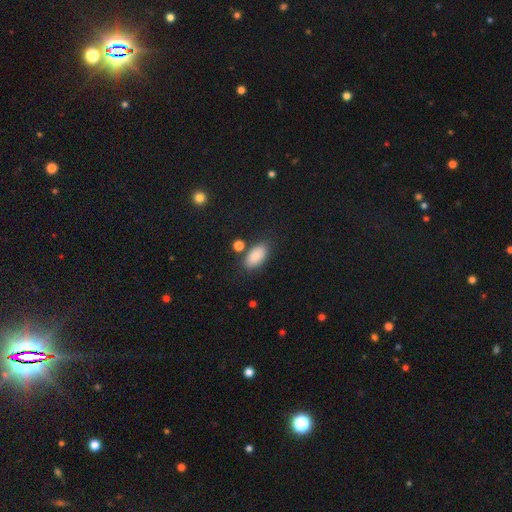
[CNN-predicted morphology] Smooth or featured? Predicted: smooth (p=0.86). How rounded? Predicted: in between (p=0.93). Merging? Predicted: none (p=0.76).